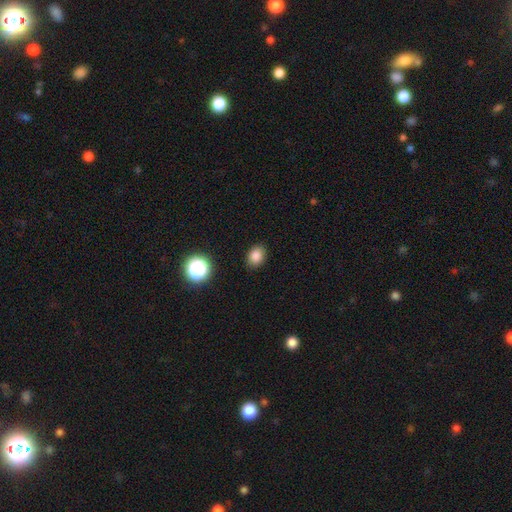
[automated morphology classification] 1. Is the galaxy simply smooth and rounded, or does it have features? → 83% smooth, 13% star or artifact, 5% featured or disk.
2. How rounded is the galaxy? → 59% in between, 40% round, 1% cigar-shaped.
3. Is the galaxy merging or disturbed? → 87% none, 9% minor disturbance, 3% major disturbance, 1% merger.